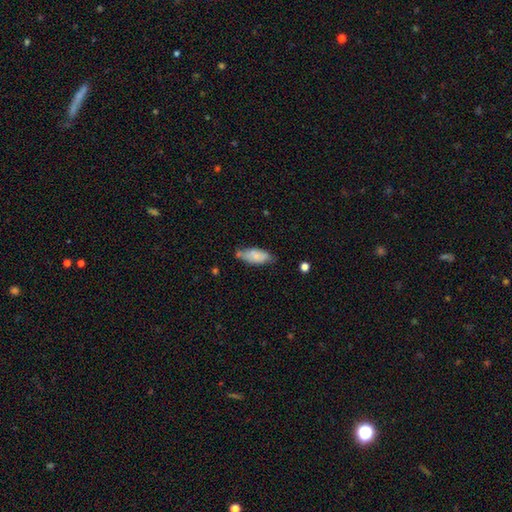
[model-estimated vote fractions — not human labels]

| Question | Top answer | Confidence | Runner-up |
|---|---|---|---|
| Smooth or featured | smooth | 77% | featured or disk (16%) |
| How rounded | in between | 82% | cigar-shaped (16%) |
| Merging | none | 59% | minor disturbance (29%) |